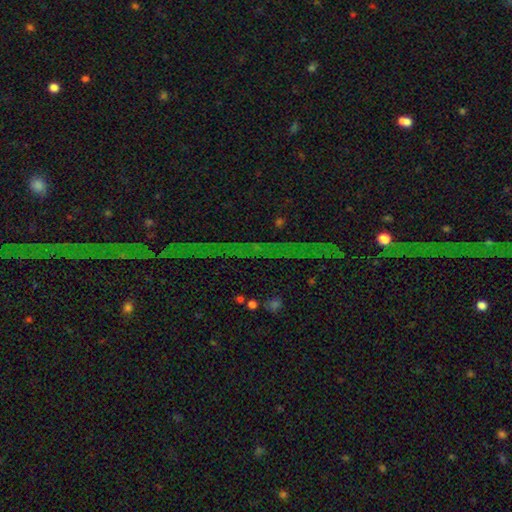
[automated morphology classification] Smooth or featured?
  - star or artifact: 80% *
  - featured or disk: 12%
  - smooth: 8%